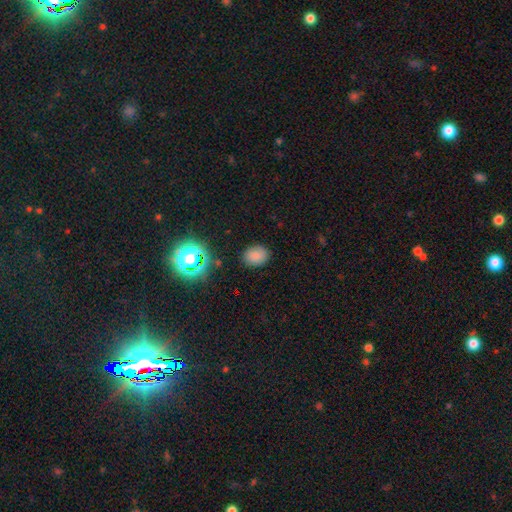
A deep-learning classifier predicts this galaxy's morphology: Smooth or featured? Predicted: smooth (p=0.77). How rounded? Predicted: in between (p=0.59). Merging? Predicted: none (p=0.84).